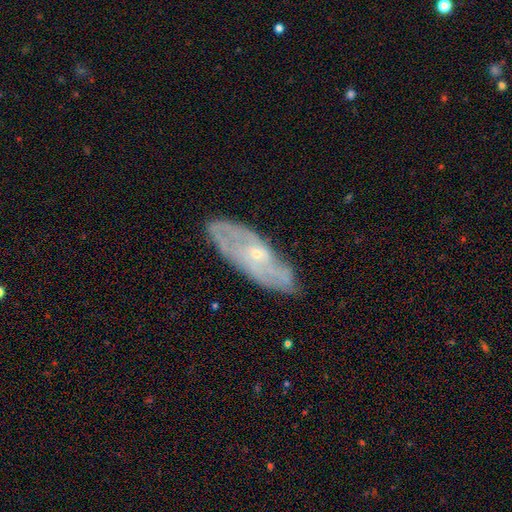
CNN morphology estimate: Smooth or featured? featured or disk (74%)
Edge-on disk? no (80%)
Bar? no (71%)
Spiral arms? yes (81%)
Bulge size? small (74%)
Merging? none (78%)